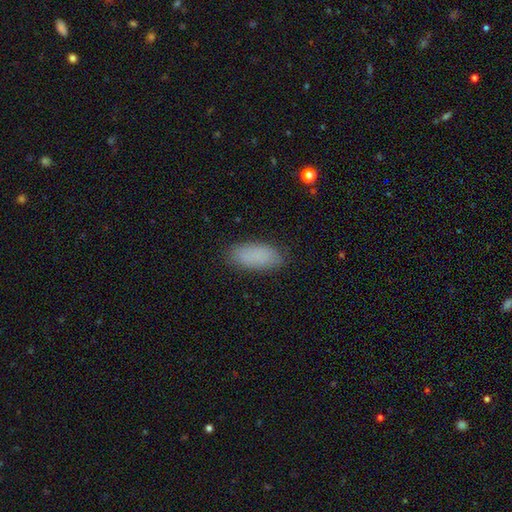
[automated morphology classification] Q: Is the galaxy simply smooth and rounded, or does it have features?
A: smooth — 87%.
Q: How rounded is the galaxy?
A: in between — 86%.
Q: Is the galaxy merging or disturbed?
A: none — 86%.